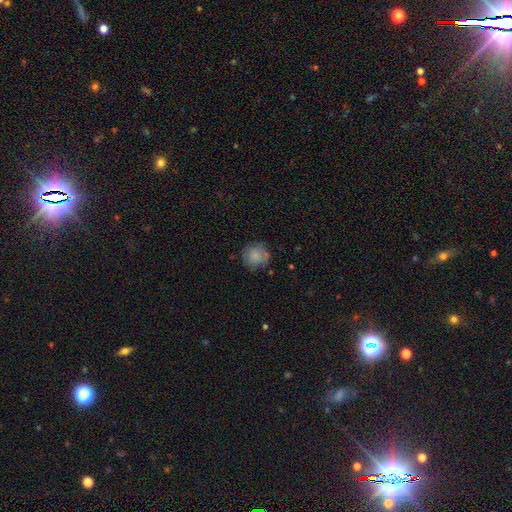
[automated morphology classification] Smooth or featured? smooth (78%)
How rounded? round (90%)
Merging? none (73%)